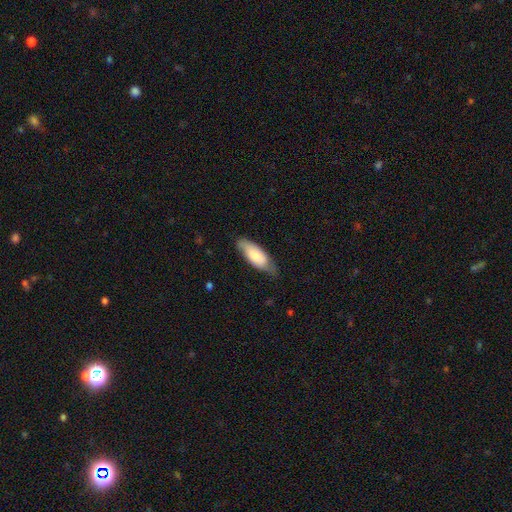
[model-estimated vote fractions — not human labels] smooth 75%, featured or disk 19%, star or artifact 6%. Down the decision tree: how rounded — in between (76%); merging — none (58%).